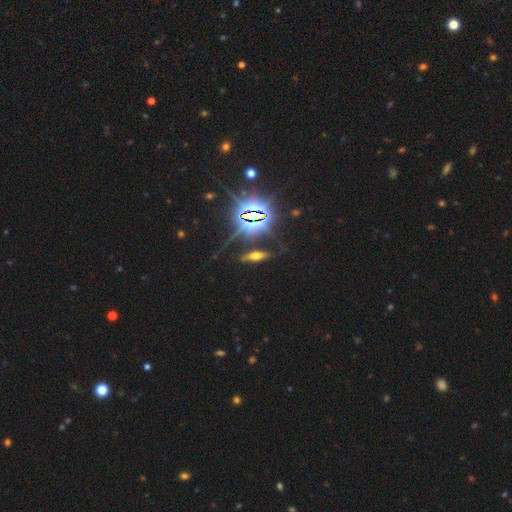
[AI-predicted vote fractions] Smooth or featured? star or artifact (39%)